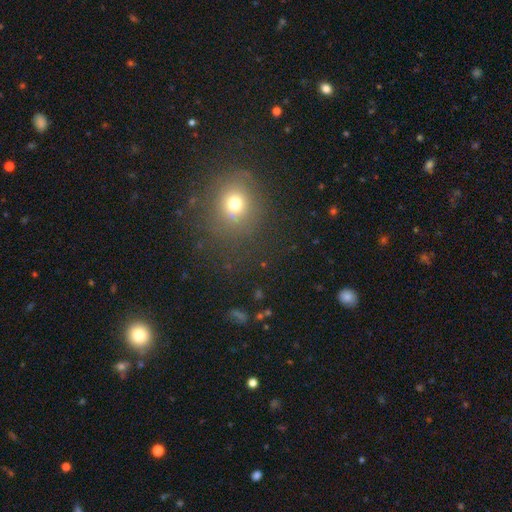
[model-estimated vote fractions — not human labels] A smooth galaxy with no disk features (57%) that is round (82%).

Vote fractions:
- Smooth or featured? smooth: 57% / star or artifact: 34% / featured or disk: 8%
- How rounded? round: 82% / in between: 17% / cigar-shaped: 1%
- Merging? none: 85% / minor disturbance: 9% / major disturbance: 4% / merger: 2%